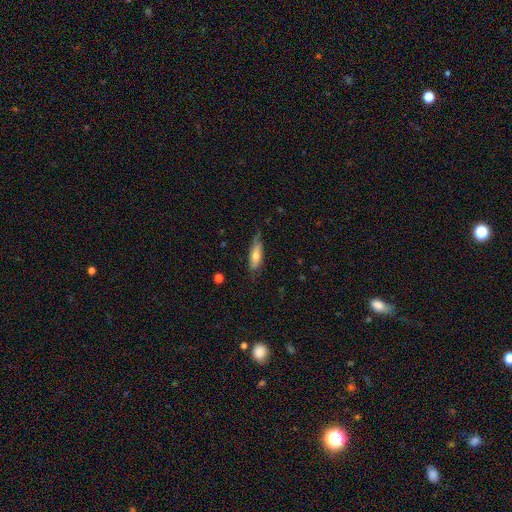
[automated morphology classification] Smooth or featured? Predicted: smooth (p=0.58). How rounded? Predicted: in between (p=0.53). Merging? Predicted: none (p=0.63).